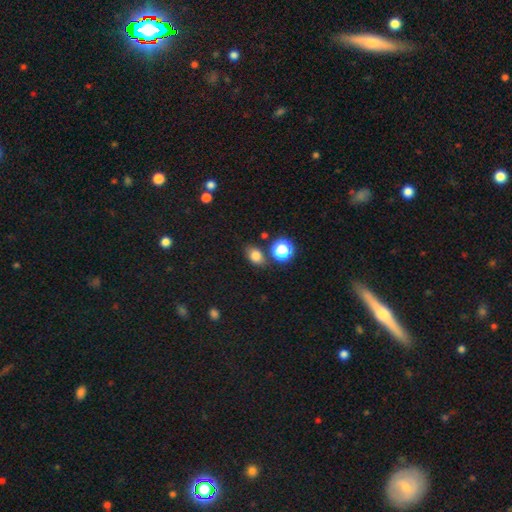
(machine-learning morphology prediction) smooth-or-featured: smooth: 78% | star or artifact: 15% | featured or disk: 7%
  how-rounded: in between: 67% | round: 31% | cigar-shaped: 1%
  merging: none: 75% | minor disturbance: 14% | merger: 8% | major disturbance: 4%